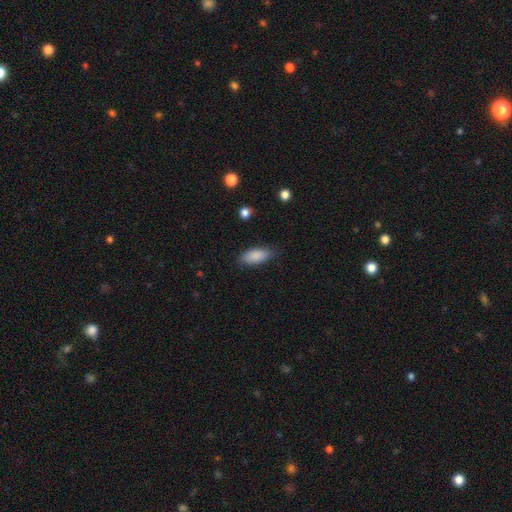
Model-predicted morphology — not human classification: Smooth or featured: smooth — 87% (star or artifact — 7%)
How rounded: in between — 84% (cigar-shaped — 14%)
Merging: none — 83% (minor disturbance — 13%)